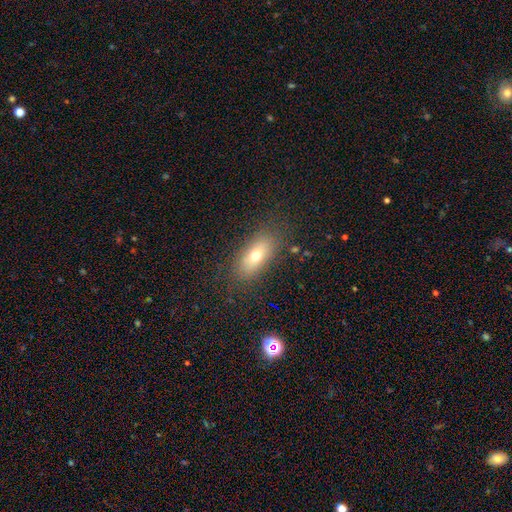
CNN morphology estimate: type=smooth (67%); roundness=in between (78%); merging=none (82%).